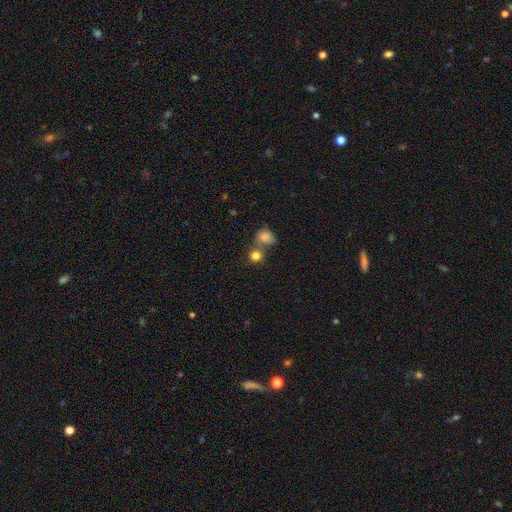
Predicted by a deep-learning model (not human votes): Morphology: type=smooth (82%); roundness=round (84%); merging=none (50%).